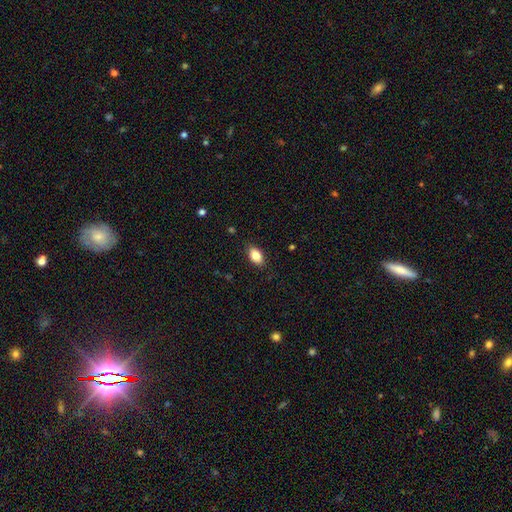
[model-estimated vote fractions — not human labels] This appears to be a smooth galaxy with no disk features (84%) that is in between round and cigar-shaped (90%). Merging: none (86%).